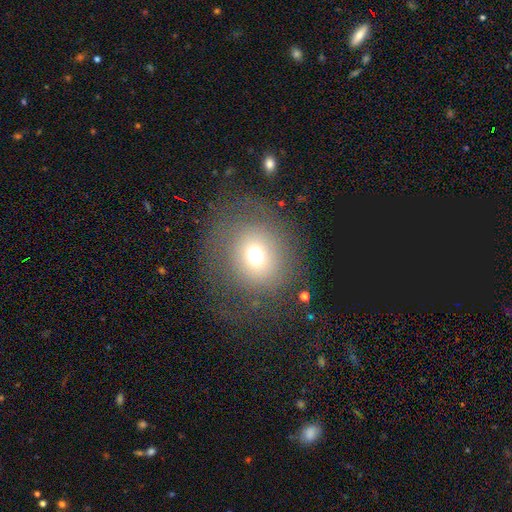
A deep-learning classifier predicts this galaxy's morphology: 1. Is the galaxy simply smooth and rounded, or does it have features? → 66% smooth, 18% star or artifact, 17% featured or disk.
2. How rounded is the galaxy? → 87% round, 12% in between, 1% cigar-shaped.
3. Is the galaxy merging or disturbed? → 68% none, 17% major disturbance, 14% minor disturbance, 2% merger.